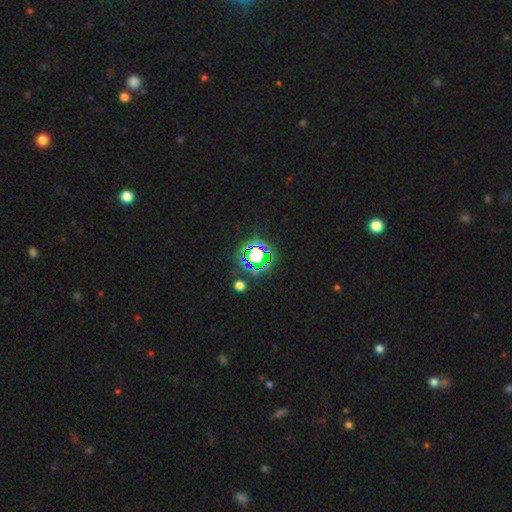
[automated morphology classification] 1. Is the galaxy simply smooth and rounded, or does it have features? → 65% star or artifact, 23% smooth, 12% featured or disk.